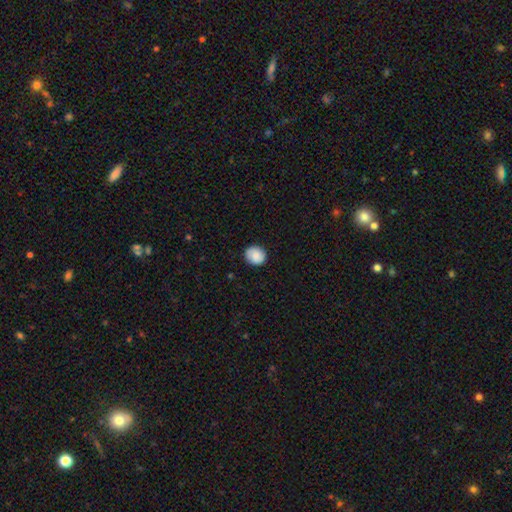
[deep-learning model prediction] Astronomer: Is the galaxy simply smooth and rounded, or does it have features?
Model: smooth — 79%.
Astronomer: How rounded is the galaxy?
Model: round — 82%.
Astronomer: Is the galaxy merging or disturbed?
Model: none — 86%.